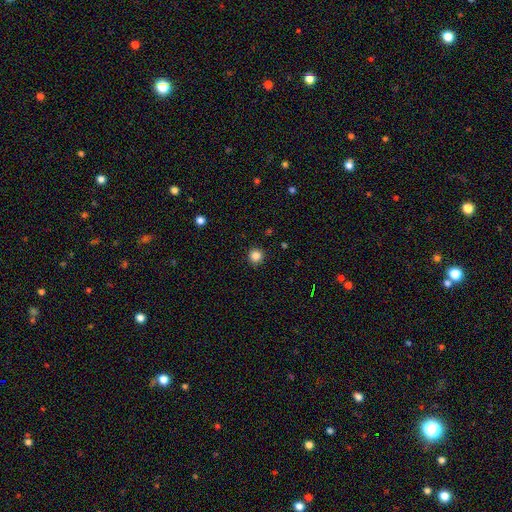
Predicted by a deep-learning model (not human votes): Smooth or featured? Predicted: smooth (p=0.85). How rounded? Predicted: round (p=0.95). Merging? Predicted: none (p=0.91).